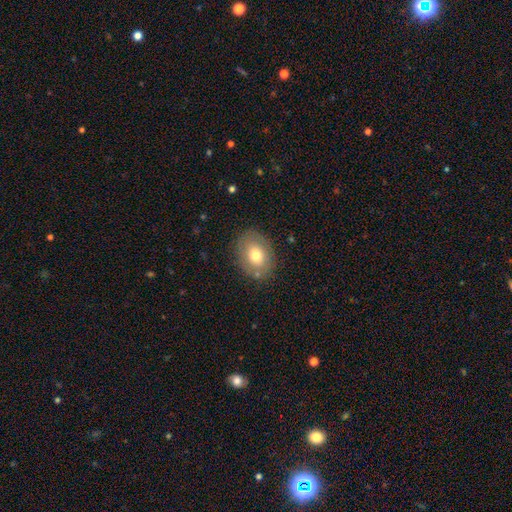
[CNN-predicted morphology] Smooth or featured?
  - smooth: 74% *
  - featured or disk: 17%
  - star or artifact: 9%
How rounded?
  - in between: 69% *
  - round: 30%
  - cigar-shaped: 1%
Merging?
  - none: 82% *
  - minor disturbance: 12%
  - major disturbance: 3%
  - merger: 2%